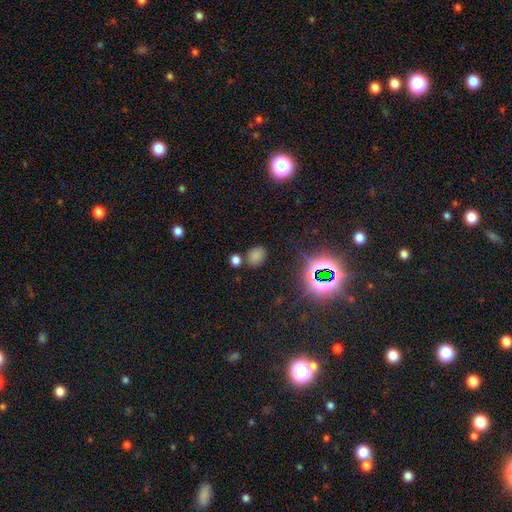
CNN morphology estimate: smooth 69%, star or artifact 24%, featured or disk 6%. Down the decision tree: how rounded — in between (66%); merging — none (75%).